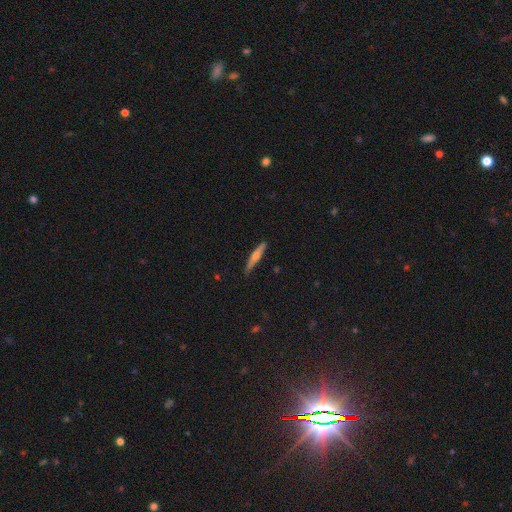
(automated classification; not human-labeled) The model was most divided on "smooth or featured": featured or disk: 52%, smooth: 42%, star or artifact: 6%. More confident: edge-on disk — yes (96%); merging — none (84%).